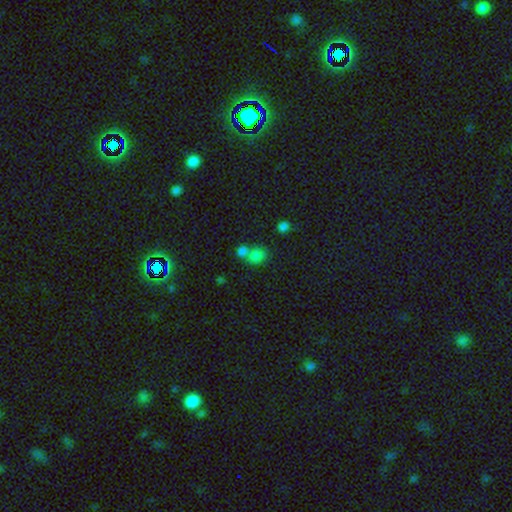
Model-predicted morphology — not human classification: smooth 76%, star or artifact 16%, featured or disk 8%. Down the decision tree: how rounded — round (52%); merging — merger (44%).